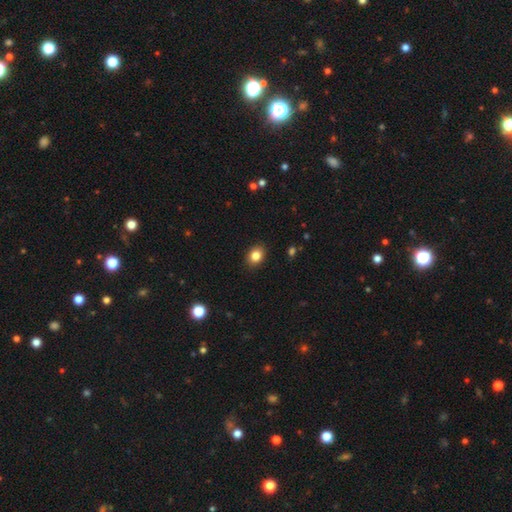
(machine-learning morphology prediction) Q: Smooth or featured?
A: smooth (85%); runner-up: star or artifact (10%)
Q: How rounded?
A: in between (56%); runner-up: round (43%)
Q: Merging?
A: none (88%); runner-up: minor disturbance (9%)